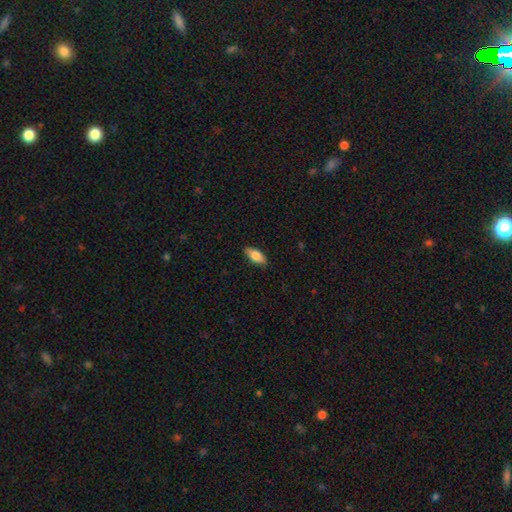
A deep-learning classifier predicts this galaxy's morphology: smooth-or-featured: smooth: 77% | featured or disk: 17% | star or artifact: 6%
  how-rounded: in between: 83% | cigar-shaped: 14% | round: 3%
  merging: none: 88% | minor disturbance: 10% | major disturbance: 2% | merger: 1%